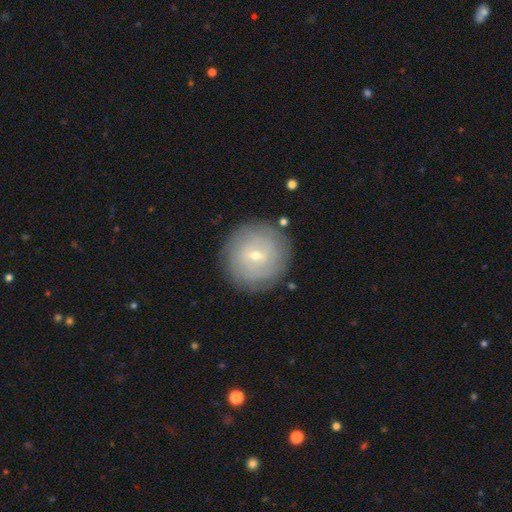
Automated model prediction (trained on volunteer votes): Overall: featured or disk (61%; smooth 32%). Edge-on disk: no (97%). Bar: weak (58%; no 31%). Spiral arms: yes (76%). Bulge size: small (63%; moderate 34%). Merging: none (86%).